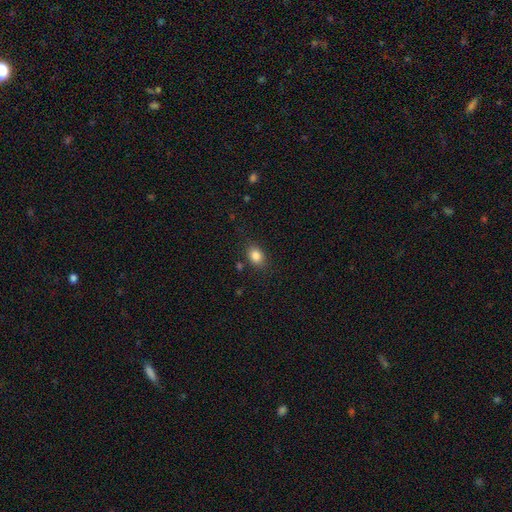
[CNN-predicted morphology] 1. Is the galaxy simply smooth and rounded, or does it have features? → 84% smooth, 10% star or artifact, 6% featured or disk.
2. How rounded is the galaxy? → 69% in between, 30% round, 1% cigar-shaped.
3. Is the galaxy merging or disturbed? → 81% none, 12% minor disturbance, 4% major disturbance, 3% merger.